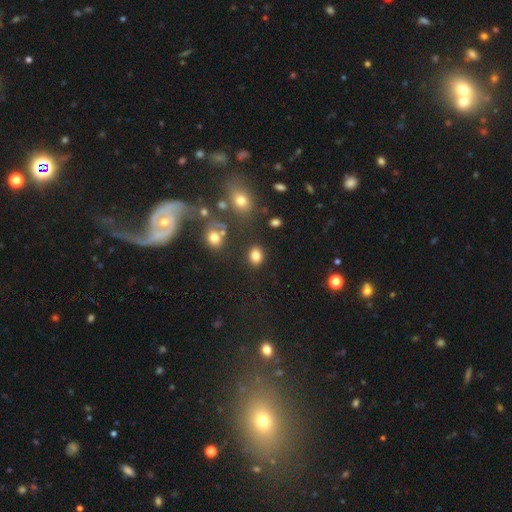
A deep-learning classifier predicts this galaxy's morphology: type=smooth (82%); roundness=in between (63%); merging=none (82%).